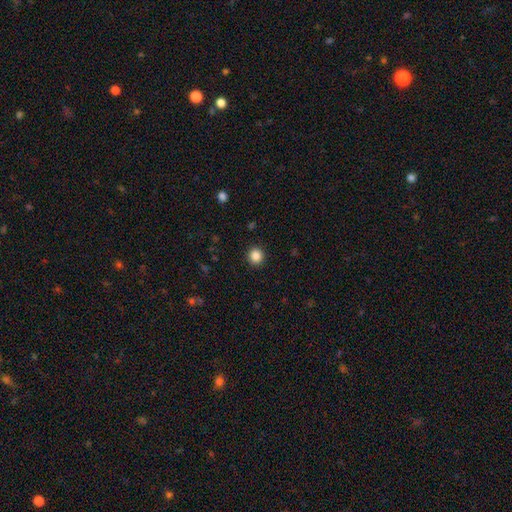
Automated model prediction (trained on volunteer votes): Overall: smooth (86%). How rounded: round (90%). Merging: none (91%).